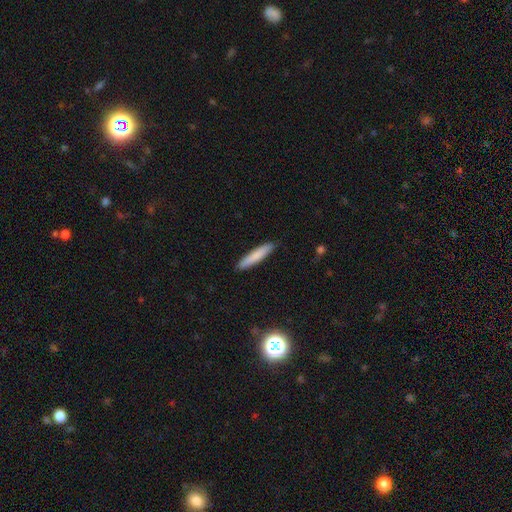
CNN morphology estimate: Smooth or featured? Predicted: smooth (p=0.81). How rounded? Predicted: cigar-shaped (p=0.90). Merging? Predicted: none (p=0.89).